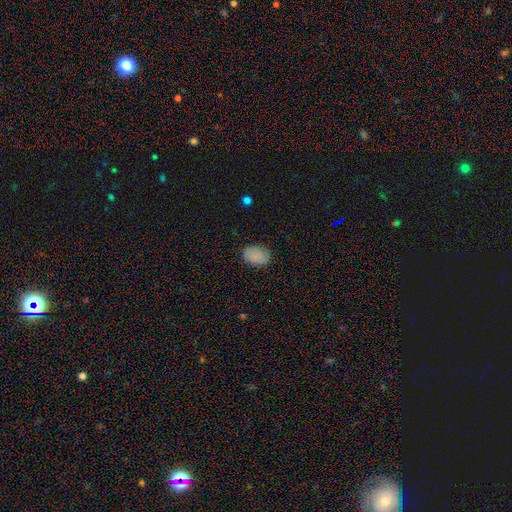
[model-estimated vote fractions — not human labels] The model was most divided on "how rounded": in between: 83%, round: 16%, cigar-shaped: 1%. More confident: smooth or featured — smooth (86%); merging — none (84%).